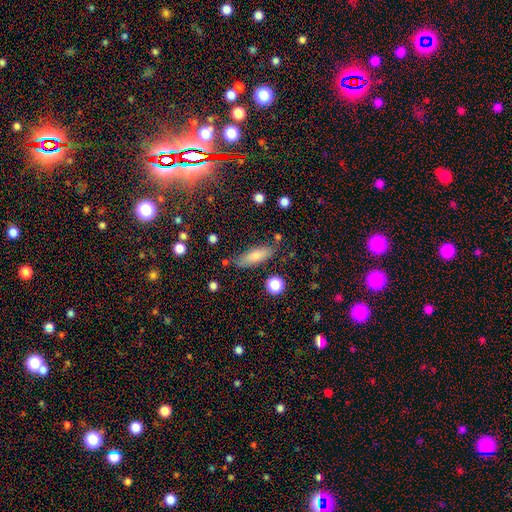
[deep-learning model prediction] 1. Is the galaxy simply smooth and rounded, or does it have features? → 77% smooth, 16% featured or disk, 8% star or artifact.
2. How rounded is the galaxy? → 53% in between, 45% cigar-shaped, 3% round.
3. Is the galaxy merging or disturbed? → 77% none, 15% minor disturbance, 4% merger, 4% major disturbance.